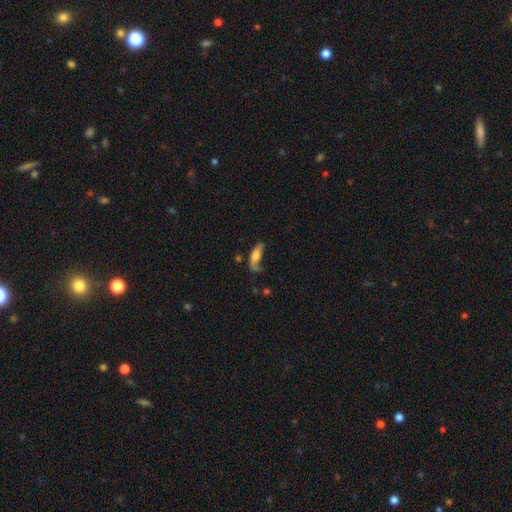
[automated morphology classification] This appears to be a smooth galaxy with no disk features (57%) that is in between round and cigar-shaped (54%). Merging: none (36%).